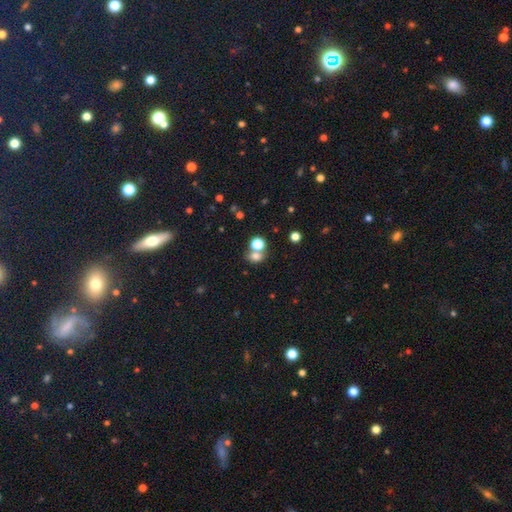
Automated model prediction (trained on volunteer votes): The model was most divided on "how rounded": round: 53%, in between: 45%, cigar-shaped: 1%. Remaining: smooth or featured — smooth (72%); merging — none (47%).